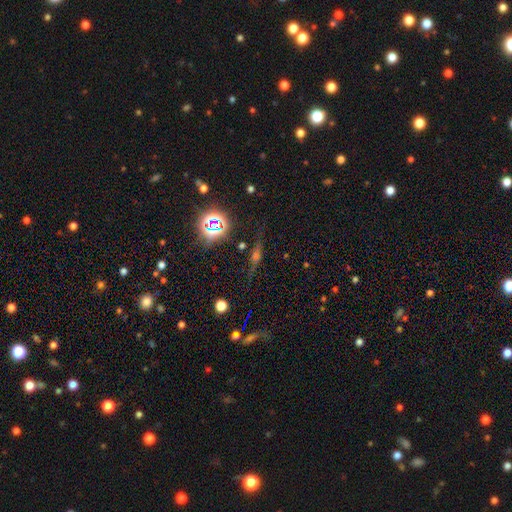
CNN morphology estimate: featured or disk 41%, star or artifact 36%, smooth 23%. Down the decision tree: merging — none (79%).